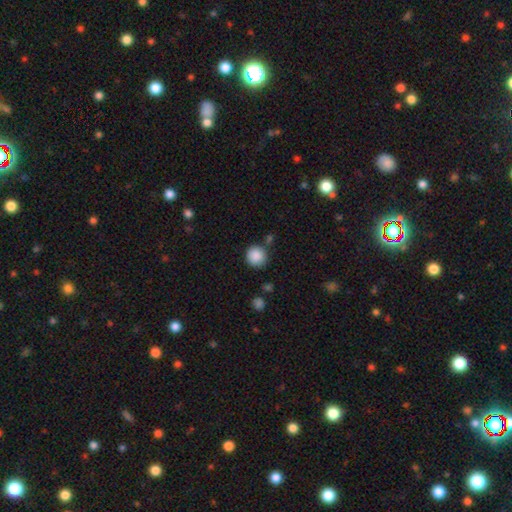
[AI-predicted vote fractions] Q: Smooth or featured?
A: smooth (88%); runner-up: star or artifact (9%)
Q: How rounded?
A: round (92%); runner-up: in between (7%)
Q: Merging?
A: none (81%); runner-up: minor disturbance (10%)